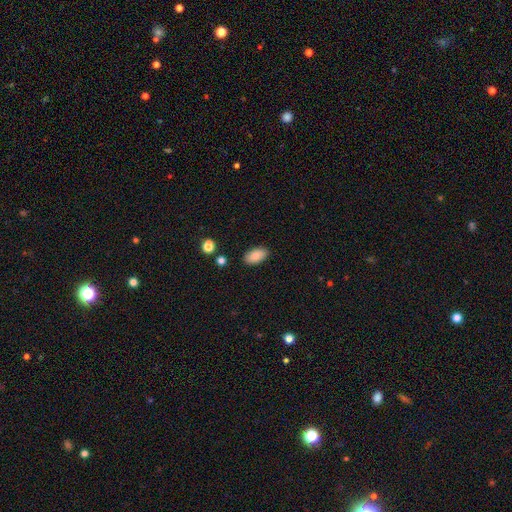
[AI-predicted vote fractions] This is clearly a smooth galaxy (86%). How rounded: clearly in between (94%). Merging: clearly none (88%).